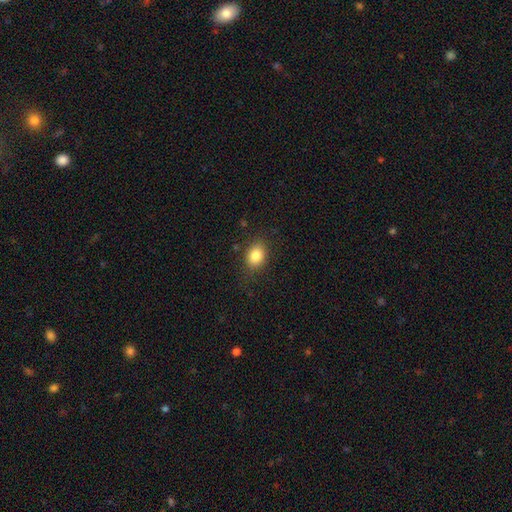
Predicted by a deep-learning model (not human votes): This appears to be a smooth galaxy with no disk features (84%) that is in between round and cigar-shaped (65%). Merging: none (82%).